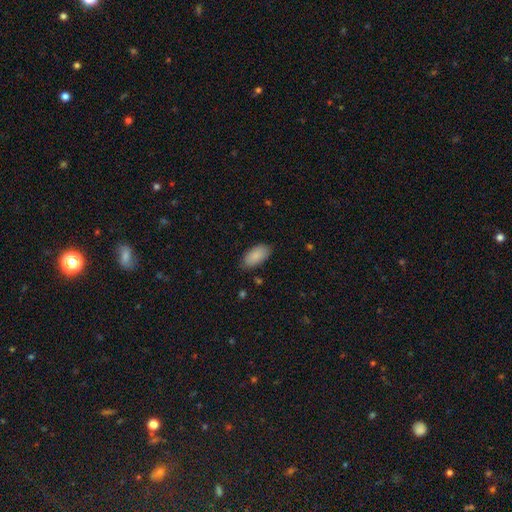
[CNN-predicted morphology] The model was most divided on "merging": none: 81%, minor disturbance: 15%, major disturbance: 3%, merger: 1%. More confident: how rounded — in between (94%); smooth or featured — smooth (87%).